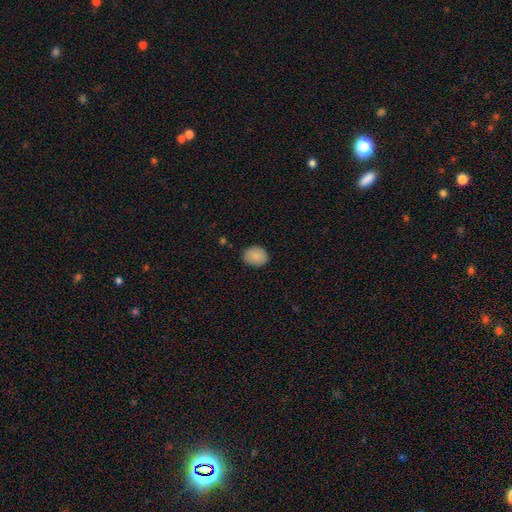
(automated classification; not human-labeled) This appears to be a smooth galaxy with no disk features (88%) that is in between round and cigar-shaped (53%). Merging: none (86%).